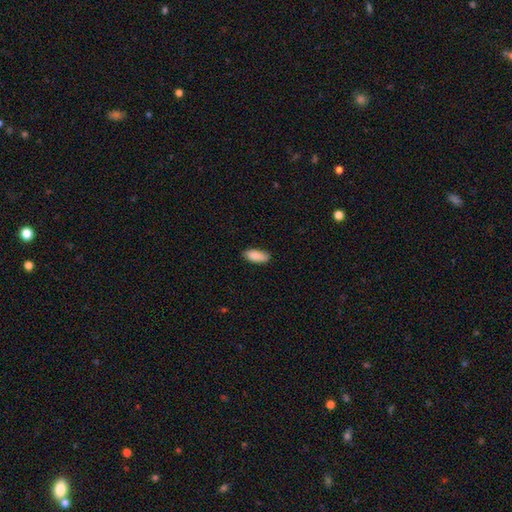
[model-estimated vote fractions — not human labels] A smooth galaxy with no disk features (89%) that is in between round and cigar-shaped (84%). Merging: none (84%).